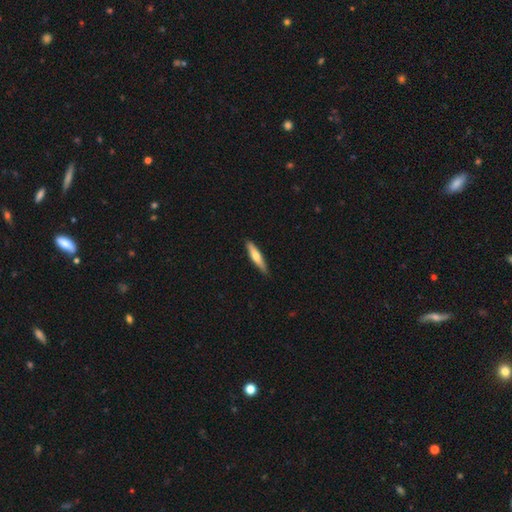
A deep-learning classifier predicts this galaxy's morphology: A smooth galaxy with no disk features (56%) that is cigar-shaped (86%).

Vote fractions:
- Smooth or featured? smooth: 56% / featured or disk: 38% / star or artifact: 5%
- How rounded? cigar-shaped: 86% / in between: 12% / round: 2%
- Merging? none: 87% / minor disturbance: 10% / major disturbance: 2% / merger: 1%